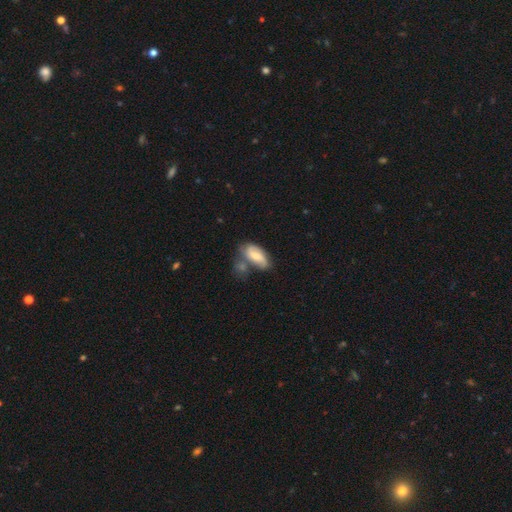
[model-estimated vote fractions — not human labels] A smooth galaxy with no disk features (54%) that is in between round and cigar-shaped (88%).

Vote fractions:
- Smooth or featured? smooth: 54% / featured or disk: 39% / star or artifact: 7%
- How rounded? in between: 88% / cigar-shaped: 8% / round: 4%
- Merging? none: 38% / merger: 30% / minor disturbance: 22% / major disturbance: 9%